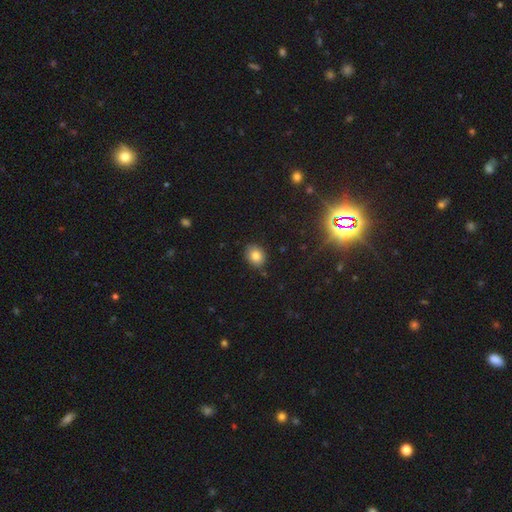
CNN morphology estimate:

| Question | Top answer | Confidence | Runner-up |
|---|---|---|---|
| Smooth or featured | smooth | 80% | star or artifact (11%) |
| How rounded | round | 51% | in between (48%) |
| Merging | none | 86% | minor disturbance (10%) |